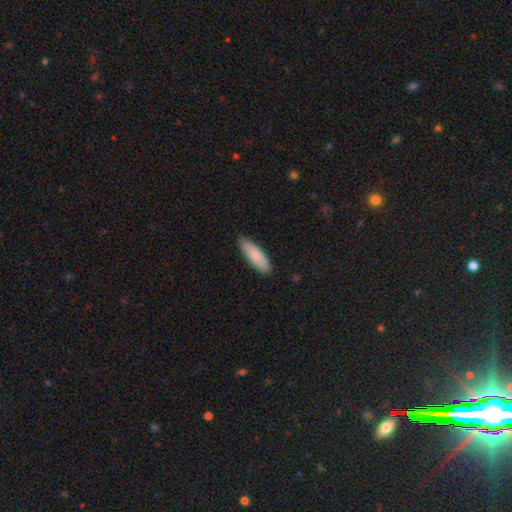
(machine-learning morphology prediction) smooth 85%, featured or disk 10%, star or artifact 5%. Down the decision tree: how rounded — in between (54%); merging — none (85%).